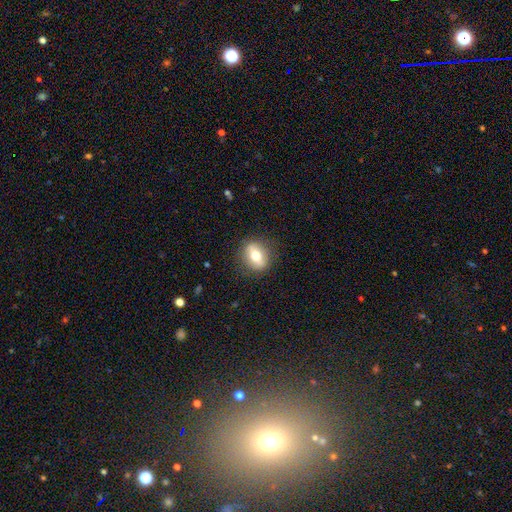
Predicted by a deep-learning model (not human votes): Q: Smooth or featured?
A: smooth (56%); runner-up: featured or disk (36%)
Q: How rounded?
A: in between (51%); runner-up: round (43%)
Q: Merging?
A: none (85%); runner-up: minor disturbance (10%)